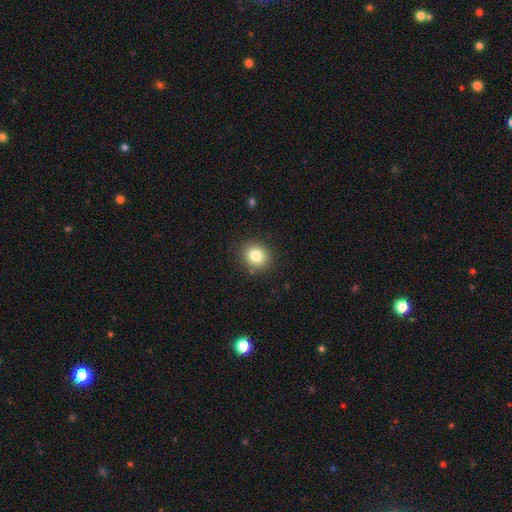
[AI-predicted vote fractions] smooth-or-featured: smooth: 81% | star or artifact: 11% | featured or disk: 8%
  how-rounded: round: 81% | in between: 18% | cigar-shaped: 1%
  merging: none: 87% | minor disturbance: 9% | major disturbance: 3% | merger: 2%